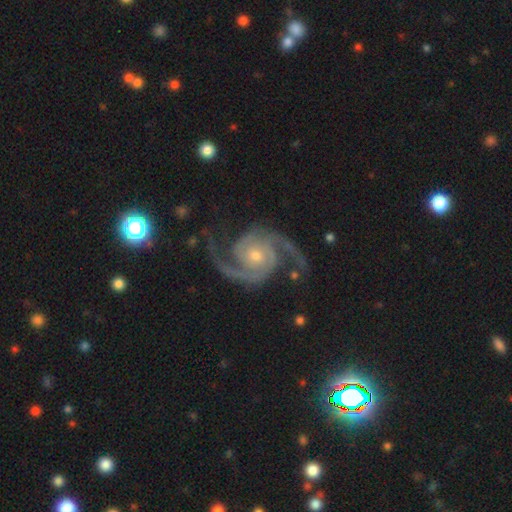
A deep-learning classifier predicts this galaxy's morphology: smooth_or_featured: featured or disk (p=0.93) [alt: star or artifact p=0.04]
disk_edge_on: no (p=0.98) [alt: yes p=0.02]
bar: no (p=0.70) [alt: weak p=0.22]
has_spiral_arms: yes (p=0.99) [alt: no p=0.01]
spiral_winding: medium (p=0.57) [alt: tight p=0.28]
spiral_arm_count: 2 (p=0.91) [alt: 3 p=0.03]
bulge_size: small (p=0.58) [alt: moderate p=0.38]
merging: none (p=0.77) [alt: minor disturbance p=0.15]